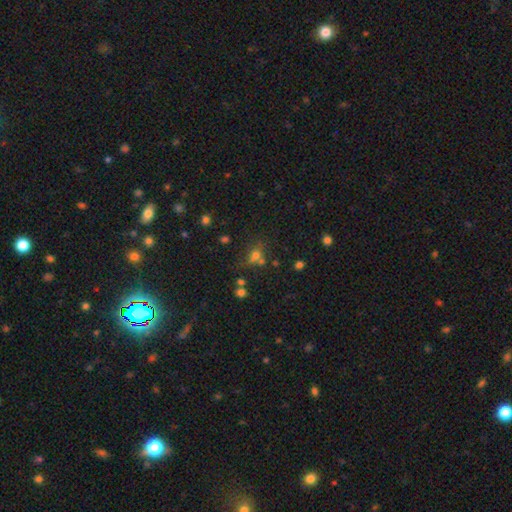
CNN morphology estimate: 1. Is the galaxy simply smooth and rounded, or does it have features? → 61% smooth, 25% star or artifact, 14% featured or disk.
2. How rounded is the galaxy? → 58% round, 38% in between, 4% cigar-shaped.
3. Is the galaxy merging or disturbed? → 50% none, 25% merger, 16% minor disturbance, 9% major disturbance.